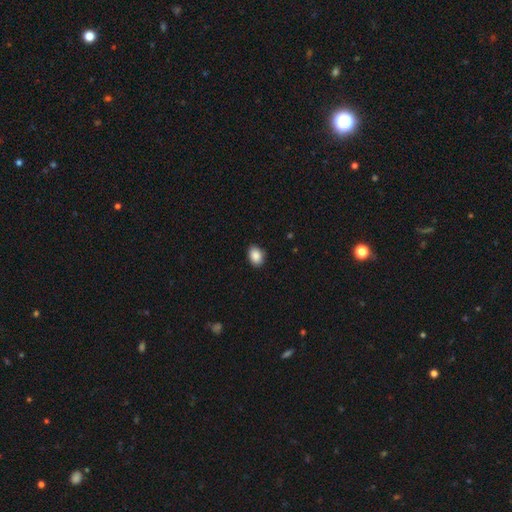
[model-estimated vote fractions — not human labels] Q: Smooth or featured?
A: smooth (89%); runner-up: star or artifact (8%)
Q: How rounded?
A: in between (71%); runner-up: round (28%)
Q: Merging?
A: none (87%); runner-up: minor disturbance (11%)